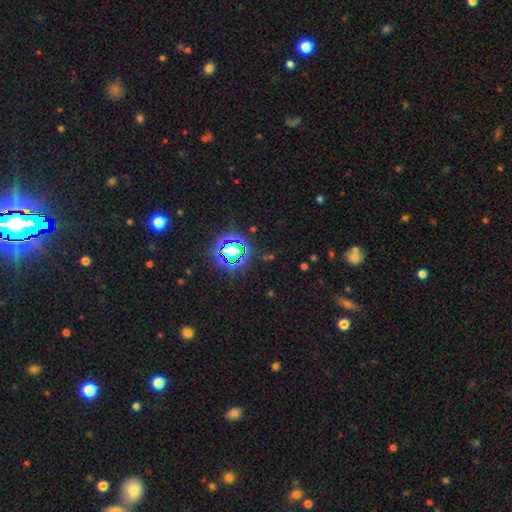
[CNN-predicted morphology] smooth_or_featured: star or artifact (p=0.76) [alt: smooth p=0.16]